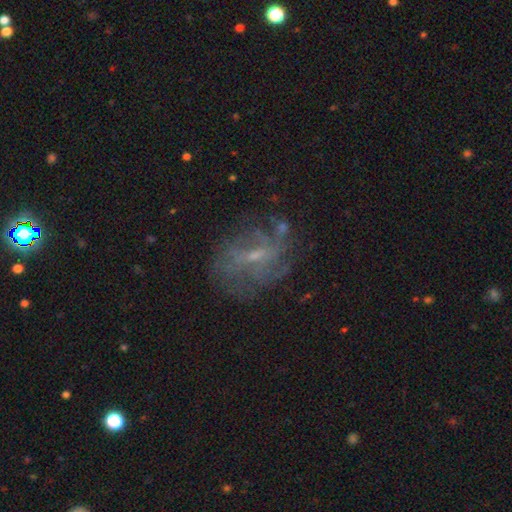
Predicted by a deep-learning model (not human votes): Overall: featured or disk (65%). Edge-on disk: no (95%). Bar: weak (51%; no 34%). Spiral arms: yes (62%; no 38%). Bulge size: small (63%). Merging: none (61%).